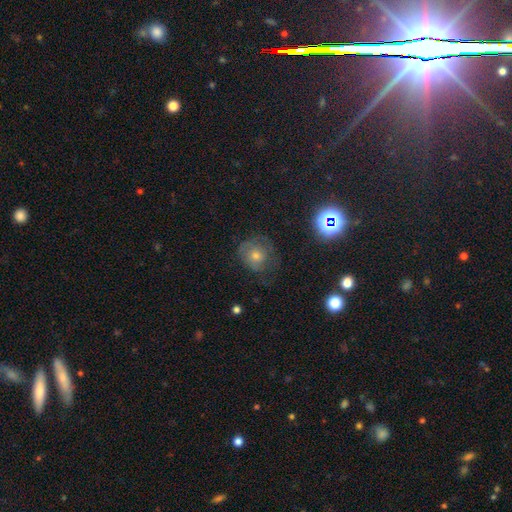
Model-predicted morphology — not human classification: type=featured or disk (42%); merging=none (65%).